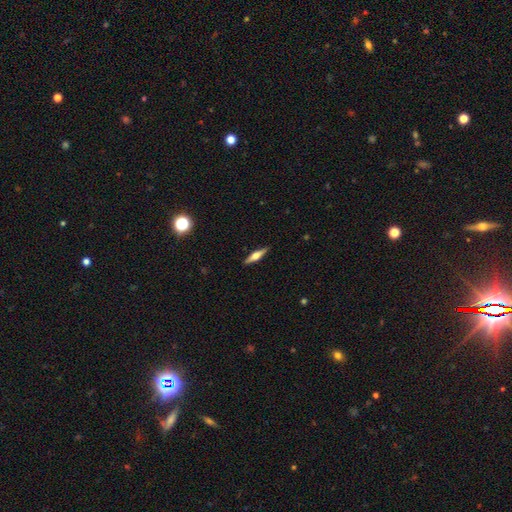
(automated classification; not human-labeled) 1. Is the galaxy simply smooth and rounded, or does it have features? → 60% featured or disk, 33% smooth, 7% star or artifact.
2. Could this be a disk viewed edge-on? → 96% yes, 4% no.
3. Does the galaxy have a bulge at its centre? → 87% rounded, 10% boxy, 3% none.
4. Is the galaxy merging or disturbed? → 90% none, 7% minor disturbance, 2% major disturbance, 1% merger.